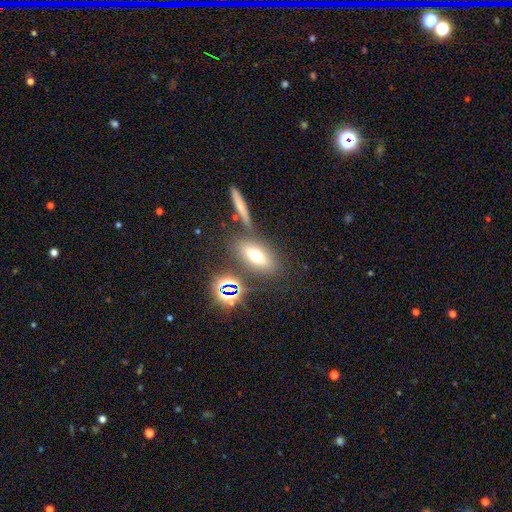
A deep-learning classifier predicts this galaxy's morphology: A smooth galaxy with no disk features (60%) that is in between round and cigar-shaped (75%). Merging: none (72%).